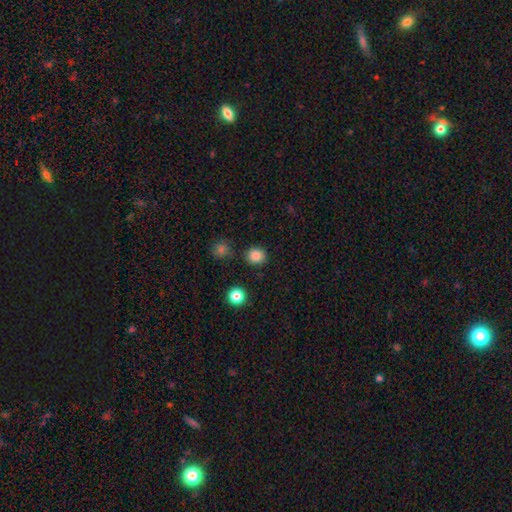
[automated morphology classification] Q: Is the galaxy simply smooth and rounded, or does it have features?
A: smooth — 85%.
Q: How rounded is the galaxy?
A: round — 84%.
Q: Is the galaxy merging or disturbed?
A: none — 87%.